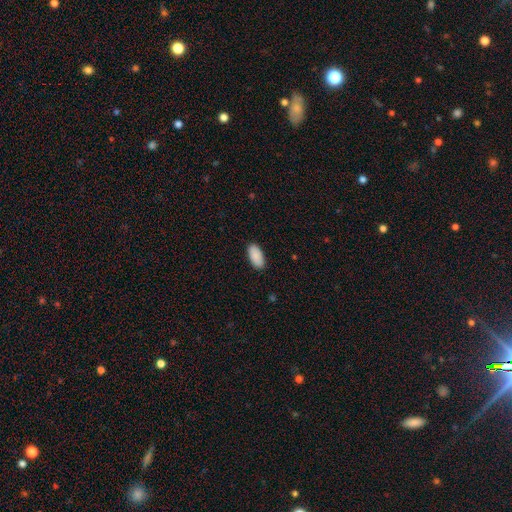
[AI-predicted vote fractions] Morphology: type=smooth (90%); roundness=in between (94%); merging=none (88%).